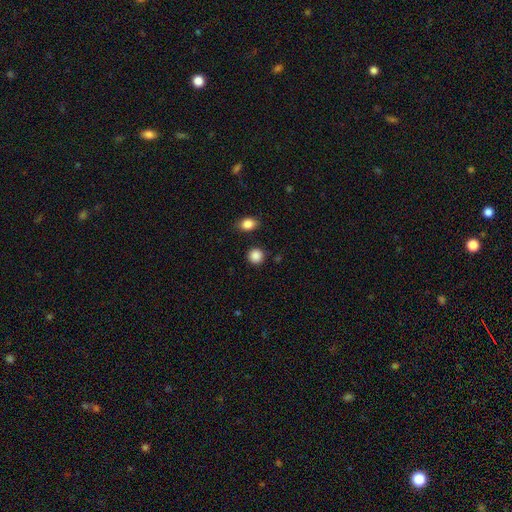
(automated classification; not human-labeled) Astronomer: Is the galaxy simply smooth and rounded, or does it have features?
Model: smooth — 87%.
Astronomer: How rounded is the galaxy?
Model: round — 91%.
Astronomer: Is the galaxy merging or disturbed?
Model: none — 89%.